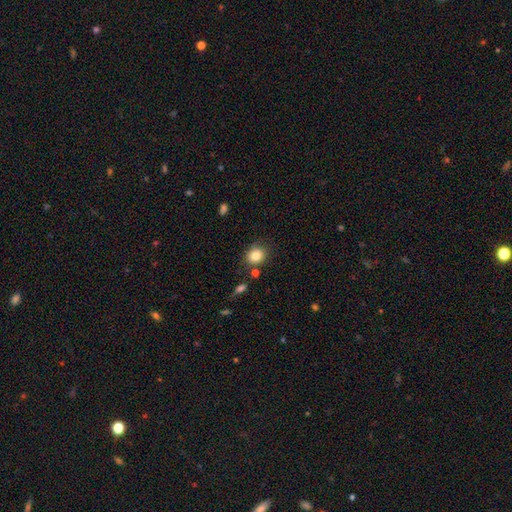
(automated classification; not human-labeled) Morphology: type=smooth (83%); roundness=round (74%); merging=none (81%).